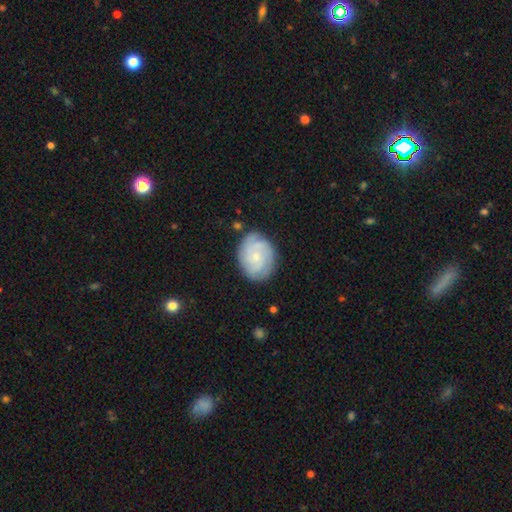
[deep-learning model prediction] Morphology: type=featured or disk (66%); edge-on=no (98%); bar=no (75%); spiral arms=yes (93%); winding=tight (63%); arm count=can't tell (31%); bulge=small (72%); merging=none (79%).